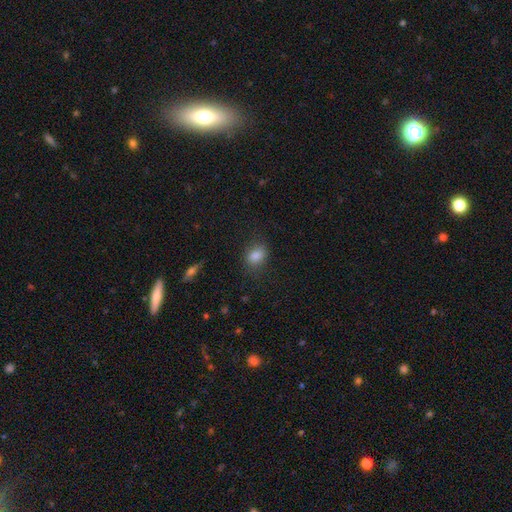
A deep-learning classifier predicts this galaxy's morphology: This appears to be a smooth galaxy with no disk features (84%) that is in between round and cigar-shaped (62%). Merging: none (78%).